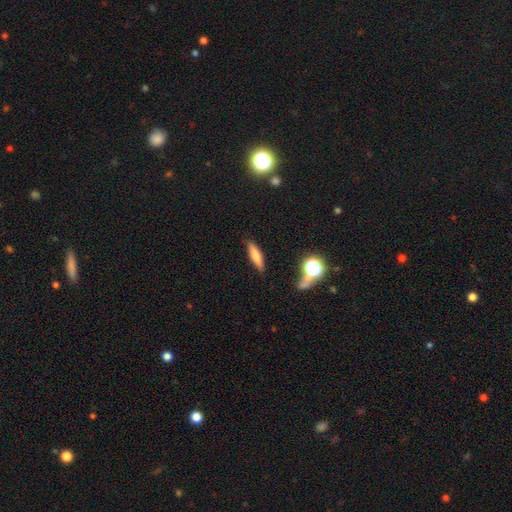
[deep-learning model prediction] smooth_or_featured: smooth (p=0.70) [alt: featured or disk p=0.20]
how_rounded: cigar-shaped (p=0.74) [alt: in between p=0.23]
merging: none (p=0.81) [alt: minor disturbance p=0.12]